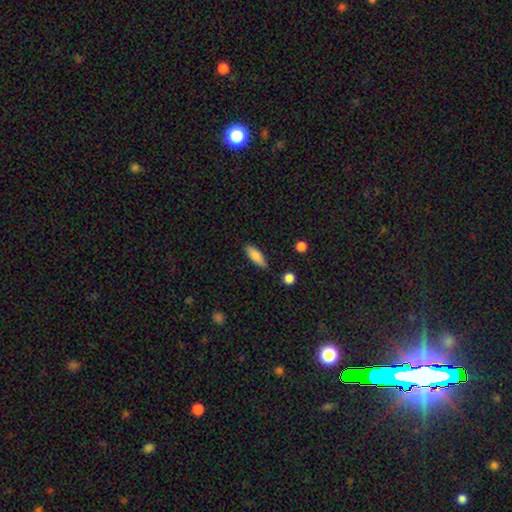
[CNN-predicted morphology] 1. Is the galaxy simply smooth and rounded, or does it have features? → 85% smooth, 8% featured or disk, 7% star or artifact.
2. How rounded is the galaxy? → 70% in between, 28% cigar-shaped, 2% round.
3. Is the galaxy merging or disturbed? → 79% none, 16% minor disturbance, 3% major disturbance, 2% merger.